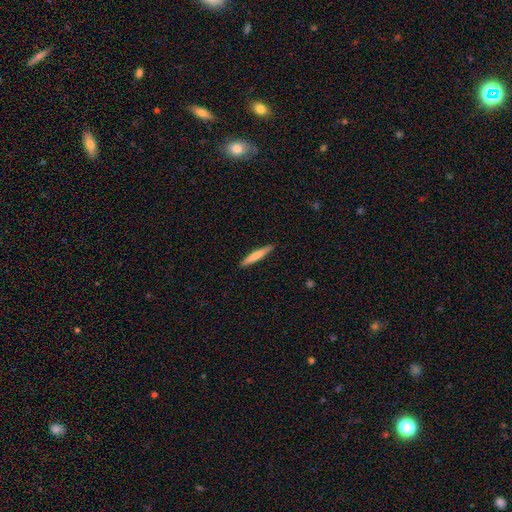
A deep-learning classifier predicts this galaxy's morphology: smooth 71%, featured or disk 24%, star or artifact 5%. Down the decision tree: how rounded — cigar-shaped (95%); merging — none (90%).